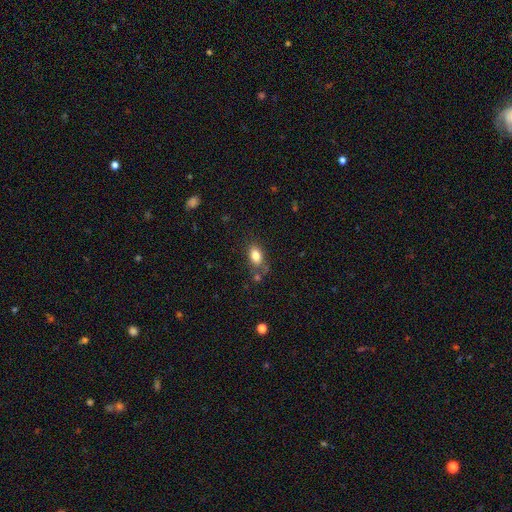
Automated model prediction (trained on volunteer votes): A smooth galaxy with no disk features (83%) that is in between round and cigar-shaped (86%).

Vote fractions:
- Smooth or featured? smooth: 83% / star or artifact: 9% / featured or disk: 8%
- How rounded? in between: 86% / round: 12% / cigar-shaped: 3%
- Merging? none: 71% / minor disturbance: 16% / merger: 8% / major disturbance: 5%